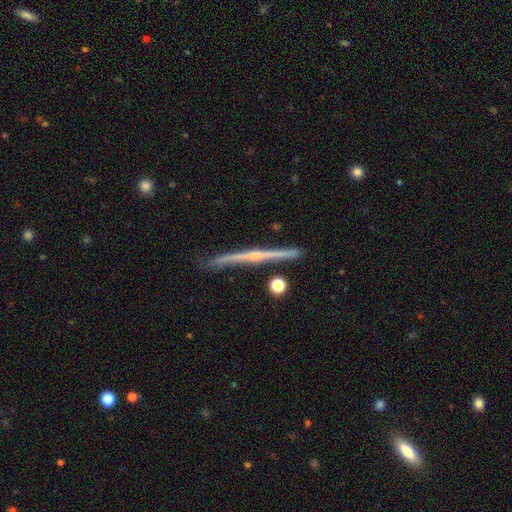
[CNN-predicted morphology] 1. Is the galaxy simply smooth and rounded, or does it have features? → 81% featured or disk, 14% smooth, 6% star or artifact.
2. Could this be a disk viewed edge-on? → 98% yes, 2% no.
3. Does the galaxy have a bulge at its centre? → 66% rounded, 28% none, 6% boxy.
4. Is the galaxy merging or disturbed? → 83% none, 12% minor disturbance, 3% merger, 2% major disturbance.